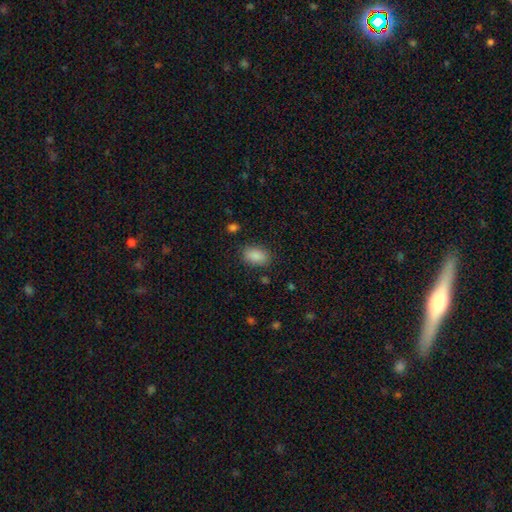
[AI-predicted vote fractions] A smooth galaxy with no disk features (88%) that is in between round and cigar-shaped (90%). Merging: none (84%).